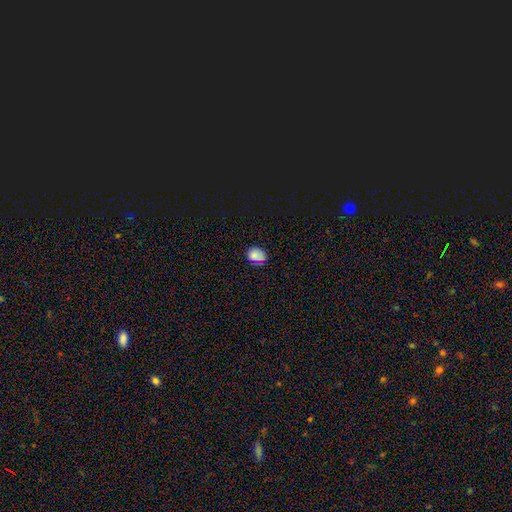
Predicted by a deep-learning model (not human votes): smooth-or-featured: smooth: 73% | star or artifact: 21% | featured or disk: 5%
  how-rounded: round: 60% | in between: 39% | cigar-shaped: 2%
  merging: none: 81% | minor disturbance: 13% | major disturbance: 3% | merger: 2%